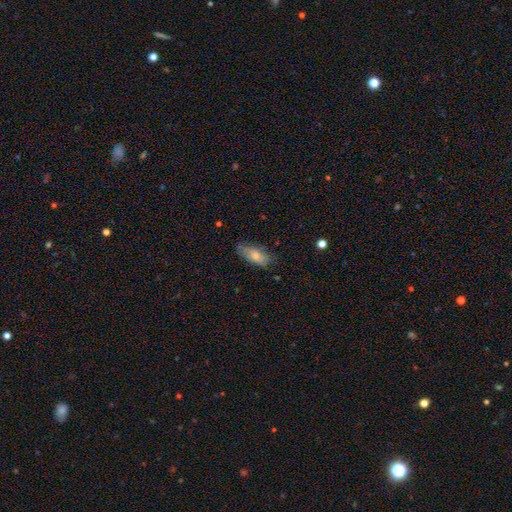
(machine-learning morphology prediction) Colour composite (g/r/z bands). It shows a smooth galaxy with no disk features (73%) that is in between round and cigar-shaped (84%). Merging: none (70%).